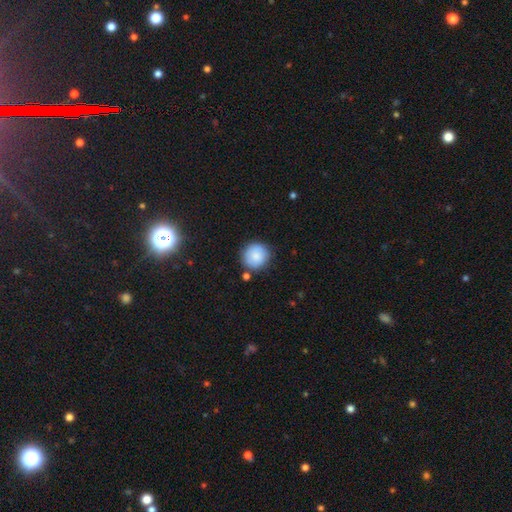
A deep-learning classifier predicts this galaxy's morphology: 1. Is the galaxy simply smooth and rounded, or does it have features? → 84% smooth, 8% featured or disk, 8% star or artifact.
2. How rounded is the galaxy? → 91% round, 8% in between, 1% cigar-shaped.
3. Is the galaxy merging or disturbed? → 80% none, 12% minor disturbance, 5% merger, 3% major disturbance.